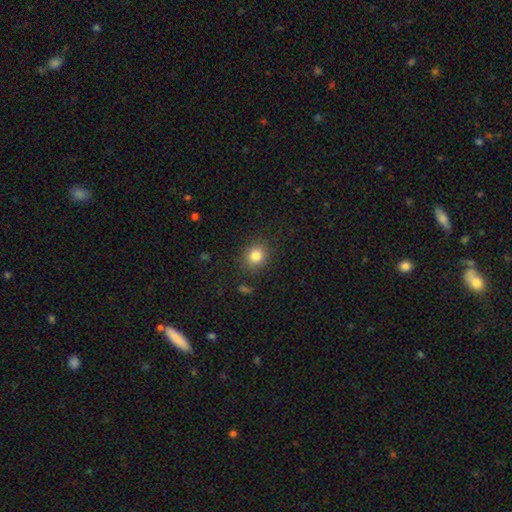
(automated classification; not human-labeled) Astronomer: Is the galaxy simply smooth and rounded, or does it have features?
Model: smooth — 83%.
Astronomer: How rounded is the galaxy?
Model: round — 78%.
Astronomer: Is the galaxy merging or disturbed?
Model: none — 87%.